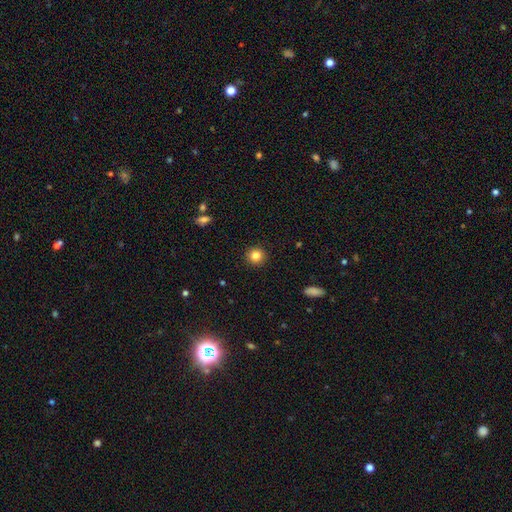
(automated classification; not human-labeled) The model was most divided on "smooth or featured": smooth: 84%, star or artifact: 11%, featured or disk: 6%. More confident: how rounded — round (94%); merging — none (93%).